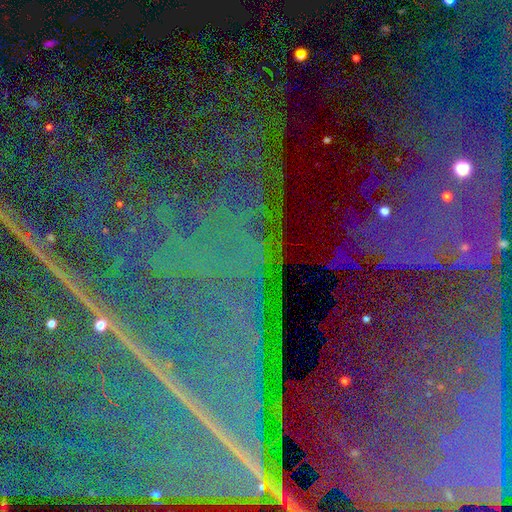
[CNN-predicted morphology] Smooth or featured? star or artifact (88%)